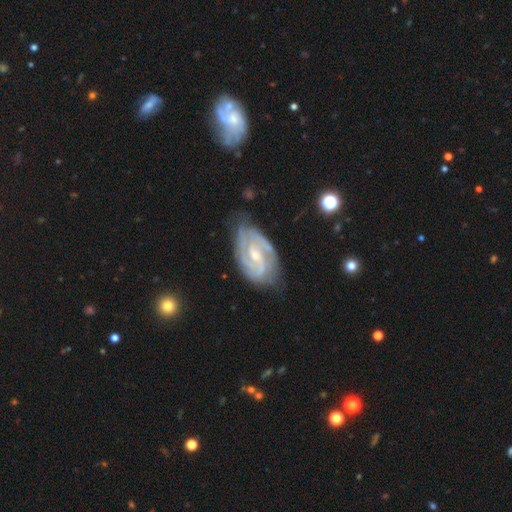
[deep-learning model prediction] Smooth or featured? featured or disk (90%)
Edge-on disk? no (97%)
Bar? weak (50%)
Spiral arms? yes (98%)
Spiral winding? tight (54%)
Spiral arm count? 2 (73%)
Bulge size? small (60%)
Merging? none (70%)